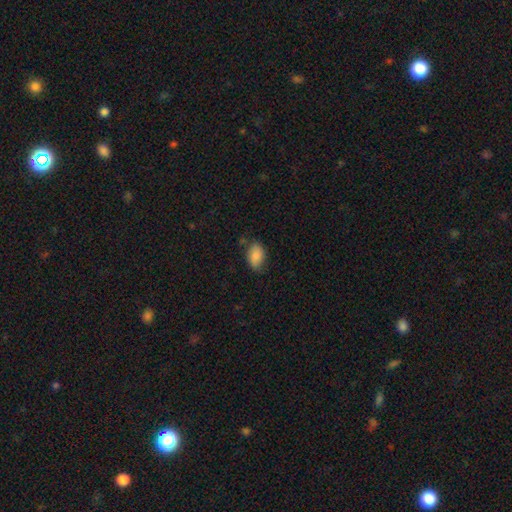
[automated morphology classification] The model was most divided on "merging": none: 68%, minor disturbance: 24%, major disturbance: 5%, merger: 2%. More confident: how rounded — in between (87%); smooth or featured — smooth (85%).